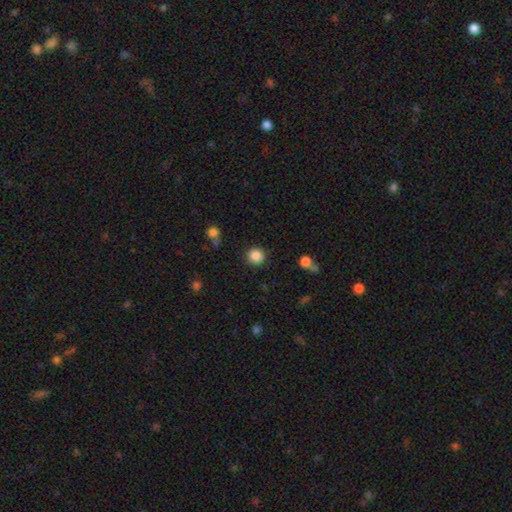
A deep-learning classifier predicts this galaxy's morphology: Smooth or featured?
  - smooth: 86% *
  - star or artifact: 10%
  - featured or disk: 4%
How rounded?
  - round: 92% *
  - in between: 7%
  - cigar-shaped: 1%
Merging?
  - none: 89% *
  - minor disturbance: 7%
  - major disturbance: 3%
  - merger: 2%